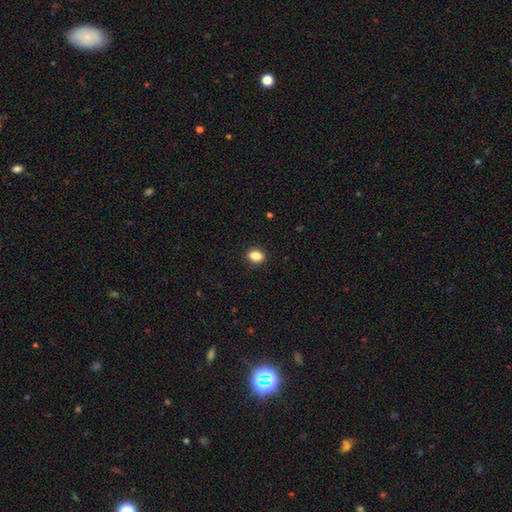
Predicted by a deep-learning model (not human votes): Smooth or featured: smooth — 86% (star or artifact — 10%)
How rounded: in between — 58% (round — 41%)
Merging: none — 90% (minor disturbance — 7%)